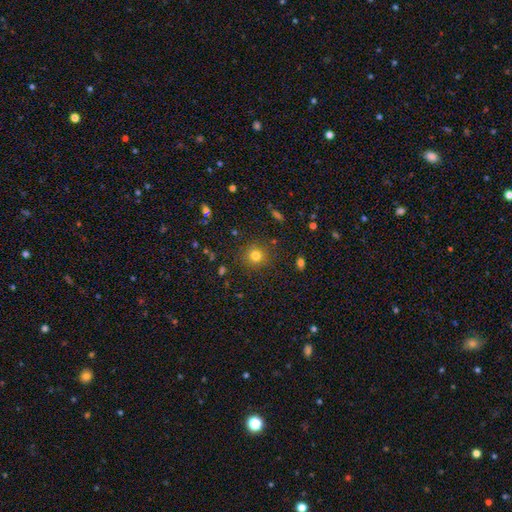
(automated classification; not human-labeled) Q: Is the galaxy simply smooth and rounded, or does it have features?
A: smooth — 77%.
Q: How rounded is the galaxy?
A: round — 91%.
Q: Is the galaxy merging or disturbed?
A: none — 87%.